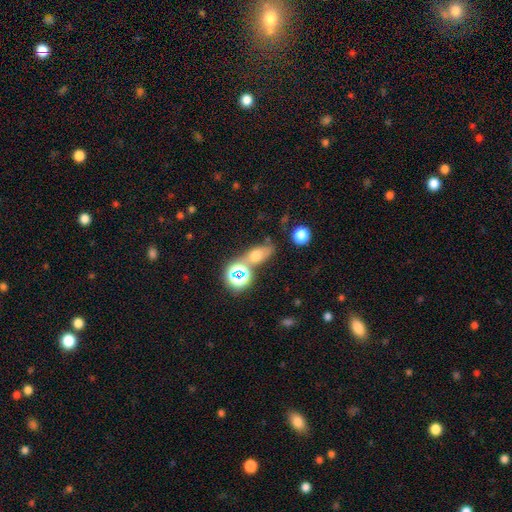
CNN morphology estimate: The model was most divided on "smooth or featured": smooth: 54%, star or artifact: 26%, featured or disk: 20%. More confident: how rounded — in between (62%); merging — none (58%).